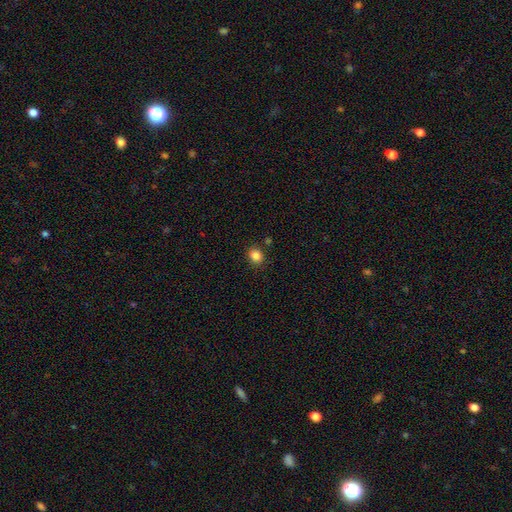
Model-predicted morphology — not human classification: Smooth or featured?
  - smooth: 85% *
  - star or artifact: 11%
  - featured or disk: 4%
How rounded?
  - round: 71% *
  - in between: 29%
  - cigar-shaped: 1%
Merging?
  - none: 85% *
  - minor disturbance: 9%
  - merger: 3%
  - major disturbance: 3%